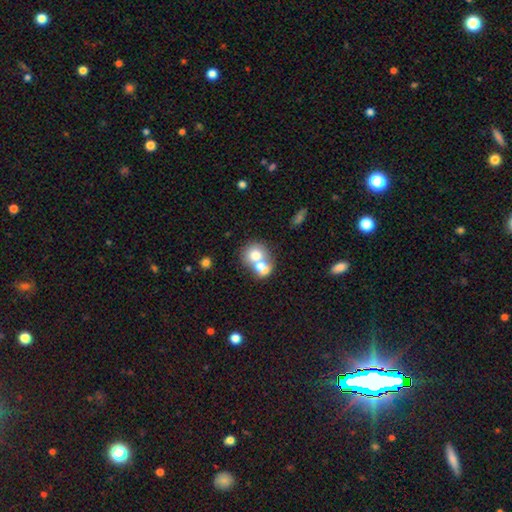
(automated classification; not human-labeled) A smooth galaxy with no disk features (67%) that is round (67%). Merging: merger (65%).